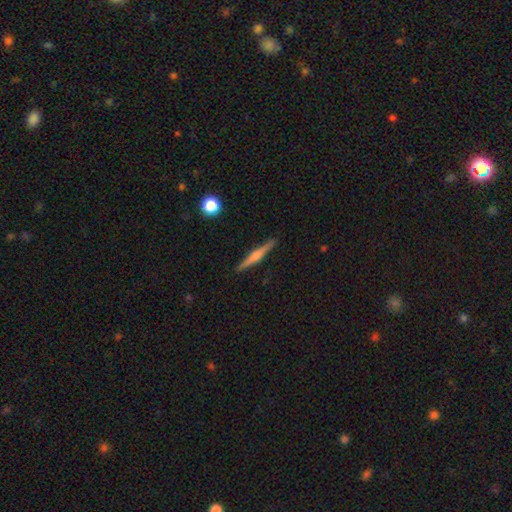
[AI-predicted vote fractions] A featured or disk galaxy (71%) viewed edge-on (98%) with a rounded central bulge (83%). Merging: none (92%).